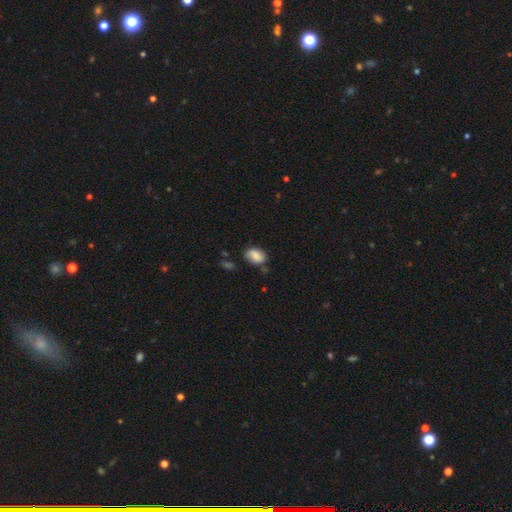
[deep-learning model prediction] smooth-or-featured: smooth: 79% | featured or disk: 13% | star or artifact: 9%
  how-rounded: in between: 78% | round: 20% | cigar-shaped: 1%
  merging: none: 62% | minor disturbance: 27% | major disturbance: 6% | merger: 5%